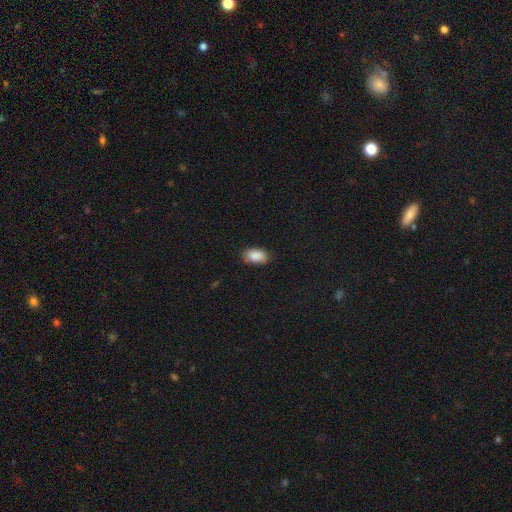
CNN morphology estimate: smooth 89%, star or artifact 7%, featured or disk 4%. Down the decision tree: how rounded — in between (92%); merging — none (80%).